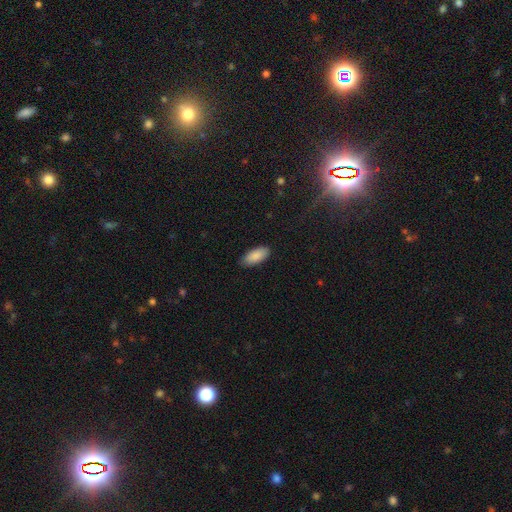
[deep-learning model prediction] Morphology: type=smooth (89%); roundness=in between (87%); merging=none (87%).